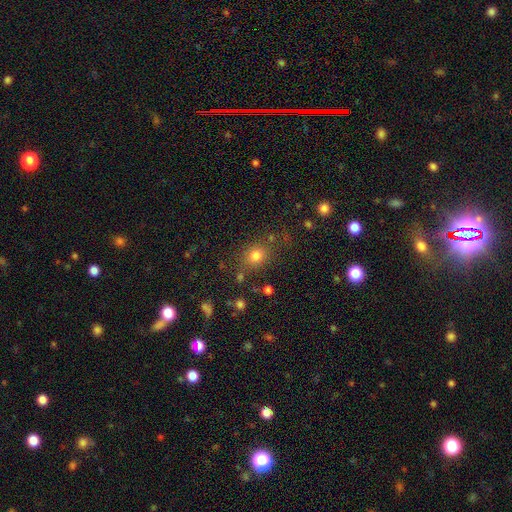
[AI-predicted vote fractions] smooth 77%, star or artifact 15%, featured or disk 8%. Down the decision tree: how rounded — round (67%); merging — none (76%).